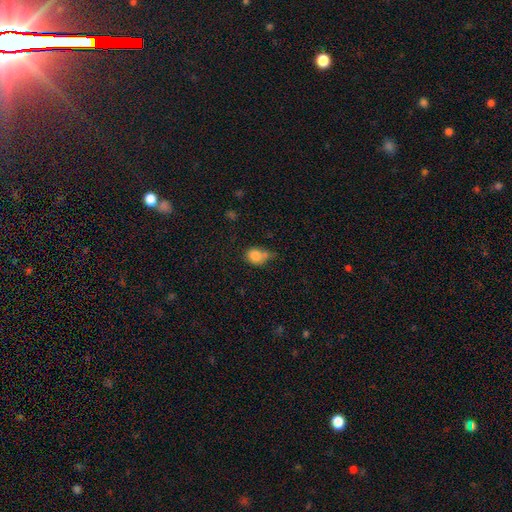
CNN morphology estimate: Smooth or featured: smooth — 81% (star or artifact — 10%)
How rounded: round — 64% (in between — 35%)
Merging: none — 44% (minor disturbance — 28%)